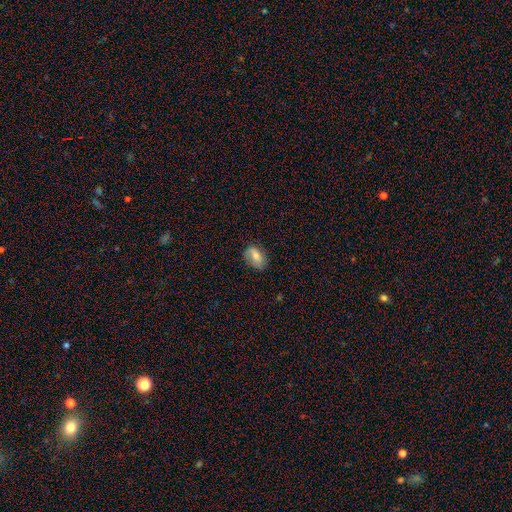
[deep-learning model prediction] Q: Smooth or featured?
A: smooth (62%); runner-up: featured or disk (29%)
Q: How rounded?
A: in between (81%); runner-up: round (17%)
Q: Merging?
A: none (70%); runner-up: minor disturbance (22%)